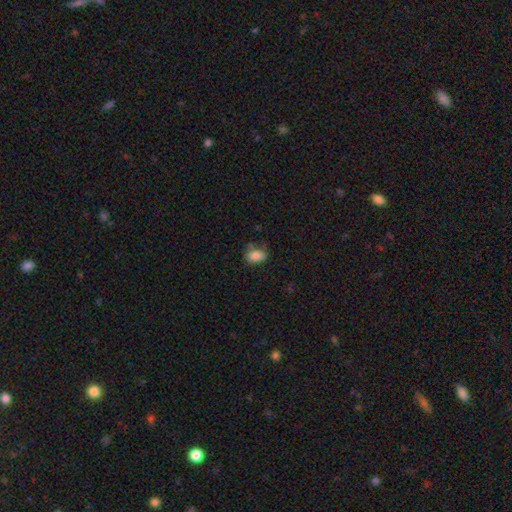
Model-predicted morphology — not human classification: A smooth galaxy with no disk features (81%) that is in between round and cigar-shaped (83%).

Vote fractions:
- Smooth or featured? smooth: 81% / featured or disk: 10% / star or artifact: 9%
- How rounded? in between: 83% / round: 15% / cigar-shaped: 2%
- Merging? none: 60% / minor disturbance: 28% / major disturbance: 8% / merger: 5%